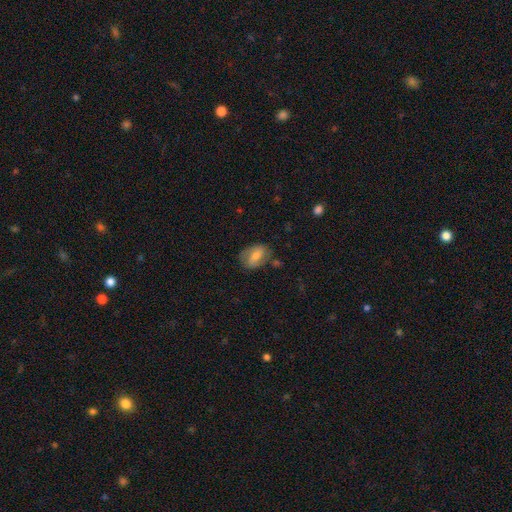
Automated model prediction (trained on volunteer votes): smooth-or-featured: smooth: 58% | featured or disk: 35% | star or artifact: 7%
  how-rounded: in between: 81% | round: 16% | cigar-shaped: 3%
  merging: none: 66% | minor disturbance: 22% | major disturbance: 8% | merger: 4%